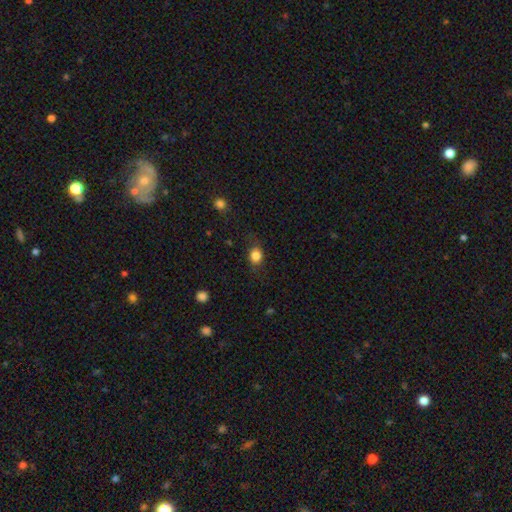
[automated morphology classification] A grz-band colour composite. It shows a smooth galaxy with no disk features (84%) that is round (63%). Merging: none (76%).